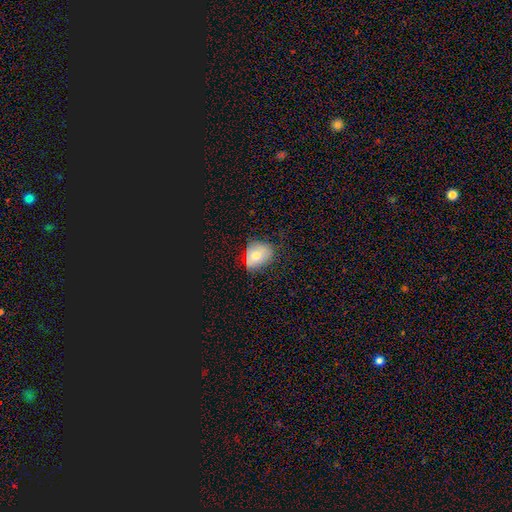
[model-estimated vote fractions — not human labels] Overall: smooth (58%; featured or disk 23%). How rounded: round (57%; in between 42%). Merging: none (60%; minor disturbance 28%).